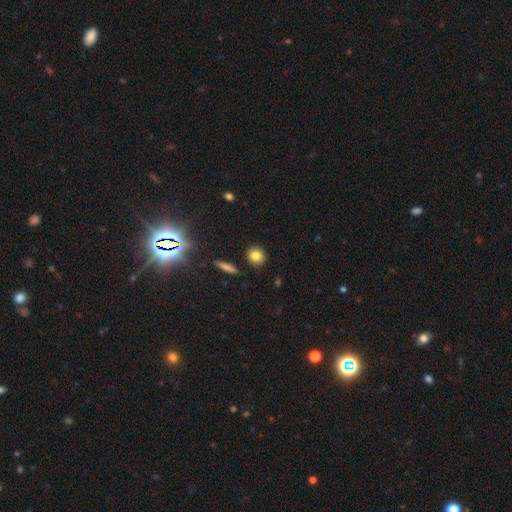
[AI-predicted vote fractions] smooth 81%, star or artifact 11%, featured or disk 7%. Down the decision tree: how rounded — round (85%); merging — none (89%).